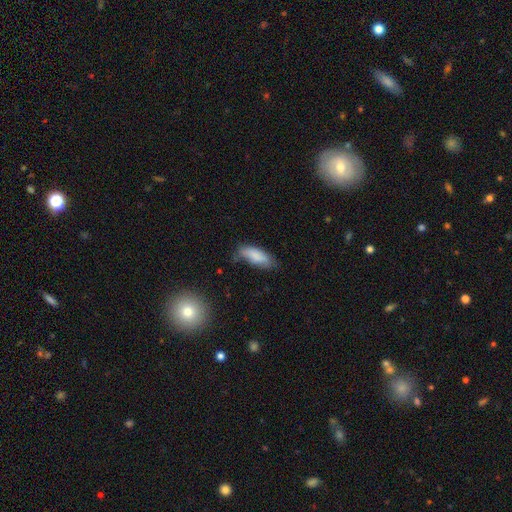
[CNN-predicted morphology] Smooth or featured: smooth — 82% (featured or disk — 12%)
How rounded: in between — 73% (cigar-shaped — 25%)
Merging: none — 54% (minor disturbance — 34%)